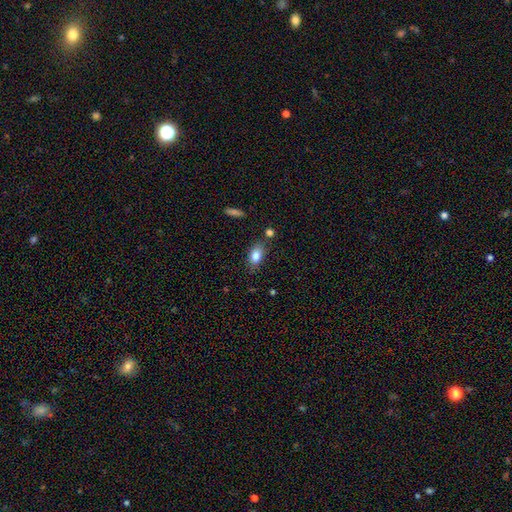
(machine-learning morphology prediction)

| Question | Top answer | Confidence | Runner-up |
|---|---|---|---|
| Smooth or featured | smooth | 84% | featured or disk (8%) |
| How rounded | in between | 86% | round (8%) |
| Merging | none | 74% | minor disturbance (17%) |